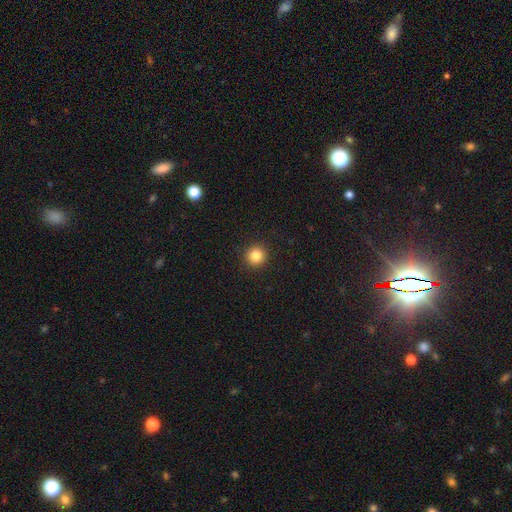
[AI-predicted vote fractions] Morphology: type=smooth (84%); roundness=round (94%); merging=none (93%).